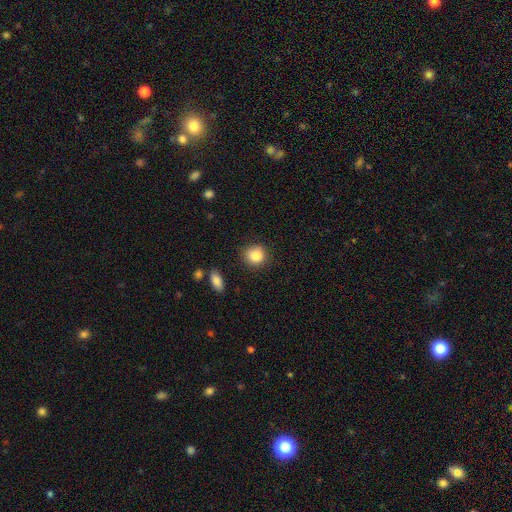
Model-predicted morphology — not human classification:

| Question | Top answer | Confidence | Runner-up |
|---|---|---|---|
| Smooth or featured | smooth | 87% | star or artifact (8%) |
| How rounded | round | 85% | in between (14%) |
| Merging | none | 84% | minor disturbance (11%) |